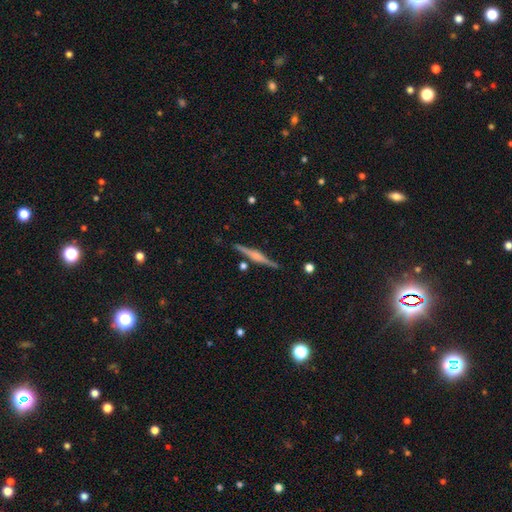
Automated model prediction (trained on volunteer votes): Morphology: type=featured or disk (76%); edge-on=yes (98%); edge-on bulge=rounded (62%); merging=none (89%).